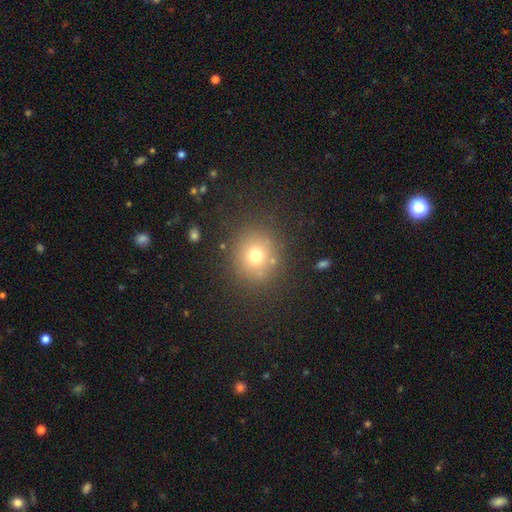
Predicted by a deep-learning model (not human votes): smooth_or_featured: smooth (p=0.71) [alt: star or artifact p=0.17]
how_rounded: round (p=0.84) [alt: in between p=0.15]
merging: none (p=0.83) [alt: minor disturbance p=0.09]